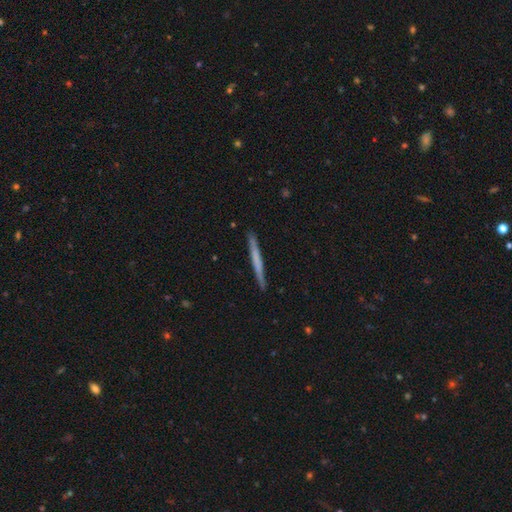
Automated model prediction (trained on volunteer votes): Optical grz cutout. It shows a smooth galaxy with no disk features (51%) that is cigar-shaped (97%). Merging: none (91%).